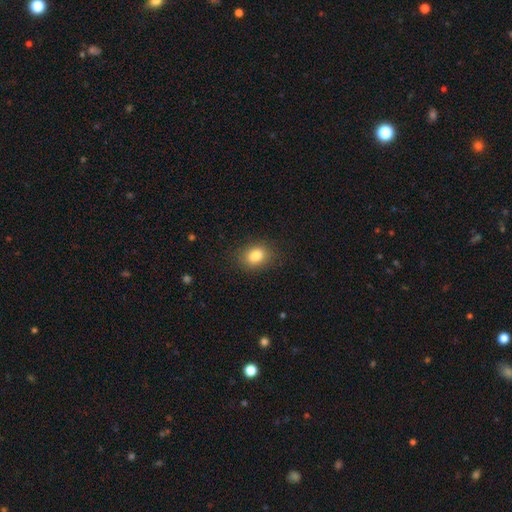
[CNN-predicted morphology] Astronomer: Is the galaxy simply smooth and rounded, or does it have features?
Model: smooth — 84%.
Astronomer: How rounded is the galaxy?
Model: in between — 57% (runner-up: round, 42%).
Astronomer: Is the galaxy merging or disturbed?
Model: none — 86%.